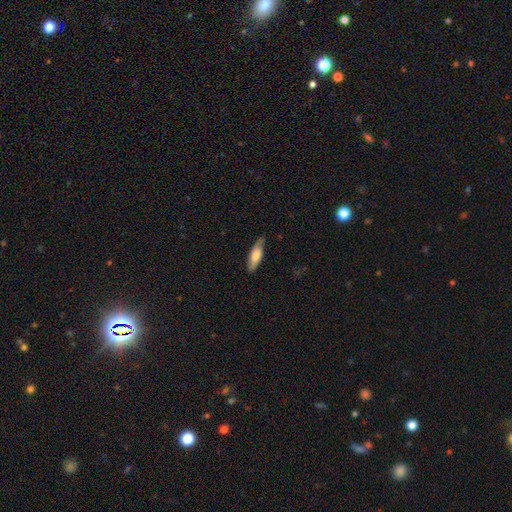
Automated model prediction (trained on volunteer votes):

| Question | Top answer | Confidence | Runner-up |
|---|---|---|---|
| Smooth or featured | smooth | 68% | featured or disk (26%) |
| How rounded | in between | 54% | cigar-shaped (44%) |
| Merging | none | 69% | minor disturbance (24%) |